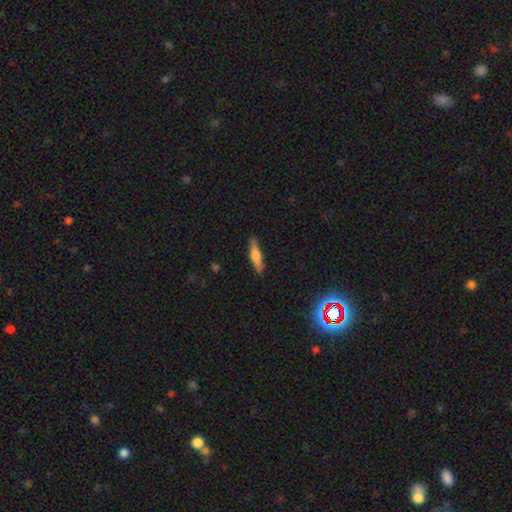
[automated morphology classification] Smooth or featured: smooth — 48% (featured or disk — 45%)
Merging: none — 87% (minor disturbance — 10%)